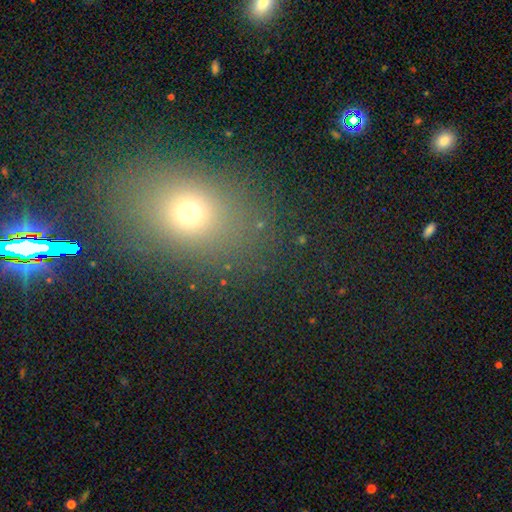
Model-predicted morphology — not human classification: Smooth or featured? smooth (59%)
How rounded? in between (51%)
Merging? none (84%)